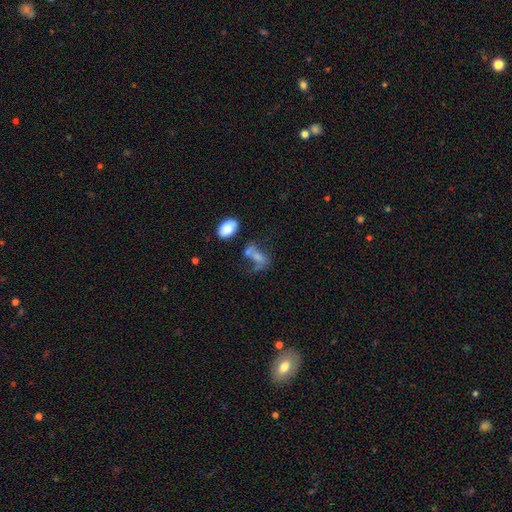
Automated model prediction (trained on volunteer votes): smooth_or_featured: smooth (p=0.56) [alt: featured or disk p=0.29]
how_rounded: in between (p=0.80) [alt: round p=0.11]
merging: merger (p=0.30) [tied with: none p=0.30]